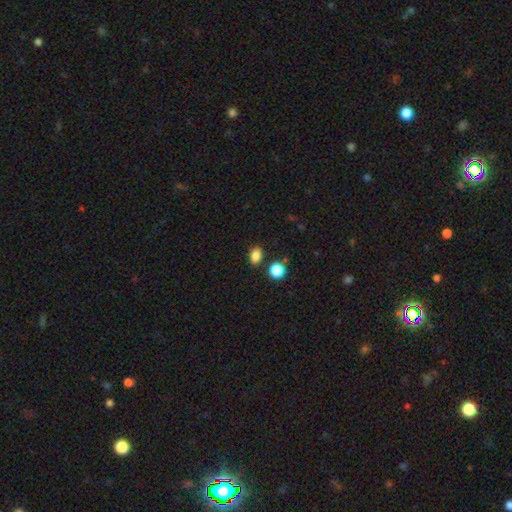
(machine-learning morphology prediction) smooth_or_featured: smooth (p=0.85) [alt: star or artifact p=0.11]
how_rounded: in between (p=0.74) [alt: round p=0.25]
merging: none (p=0.83) [alt: minor disturbance p=0.09]